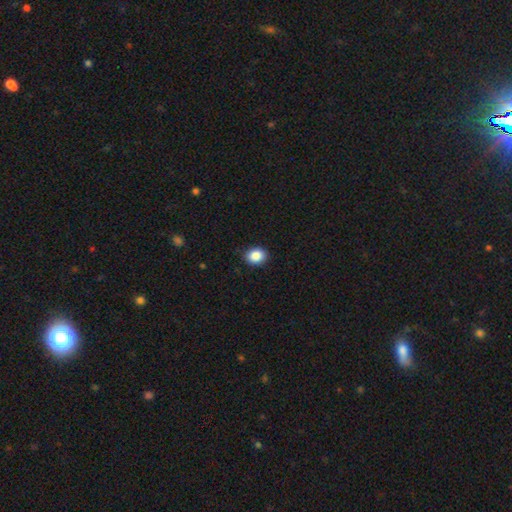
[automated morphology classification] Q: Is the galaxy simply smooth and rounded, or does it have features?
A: smooth — 88%.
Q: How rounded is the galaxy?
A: round — 50%.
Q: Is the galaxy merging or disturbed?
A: none — 89%.